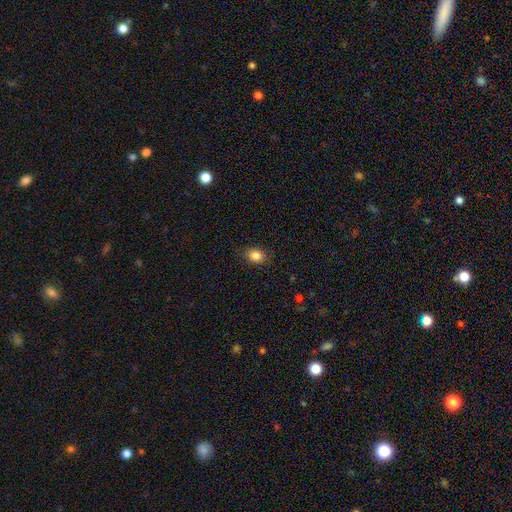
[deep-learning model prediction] Smooth or featured: smooth — 85% (star or artifact — 10%)
How rounded: in between — 55% (round — 44%)
Merging: none — 86% (minor disturbance — 10%)